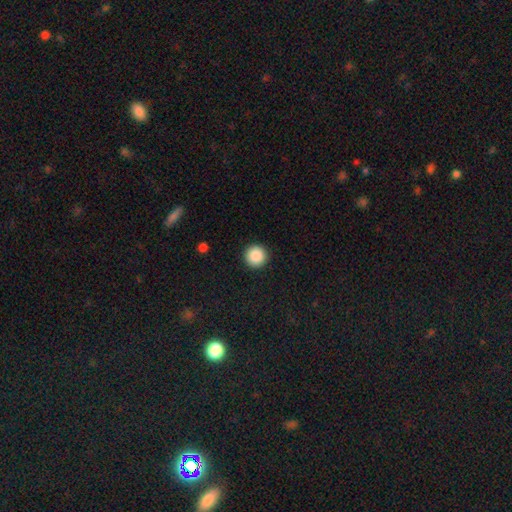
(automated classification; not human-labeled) A smooth galaxy with no disk features (88%) that is round (97%). Merging: none (93%).